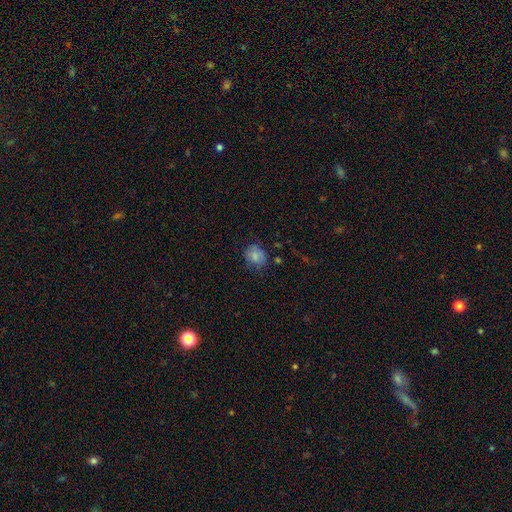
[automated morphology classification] Smooth or featured? Predicted: smooth (p=0.78). How rounded? Predicted: round (p=0.61). Merging? Predicted: none (p=0.65).